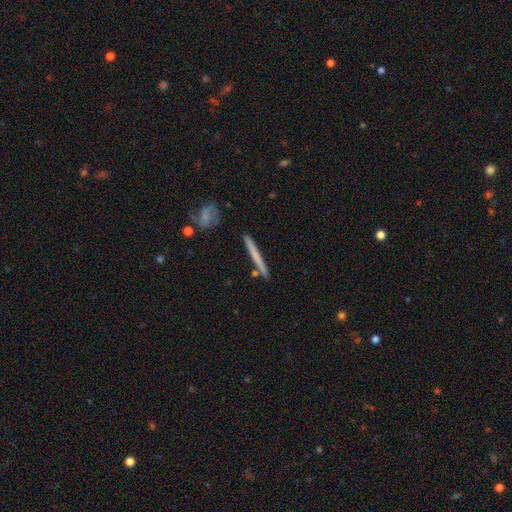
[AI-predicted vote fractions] The model was most divided on "smooth or featured": smooth: 54%, featured or disk: 41%, star or artifact: 5%. More confident: how rounded — cigar-shaped (97%); merging — none (88%).